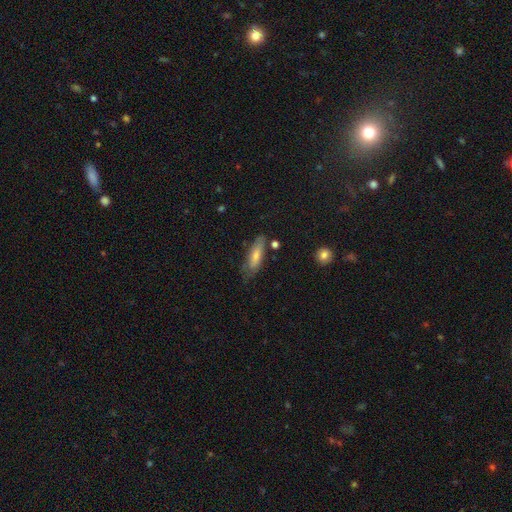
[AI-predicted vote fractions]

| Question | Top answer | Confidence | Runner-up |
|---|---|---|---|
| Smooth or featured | smooth | 59% | featured or disk (33%) |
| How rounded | cigar-shaped | 51% | in between (46%) |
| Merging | none | 66% | minor disturbance (24%) |